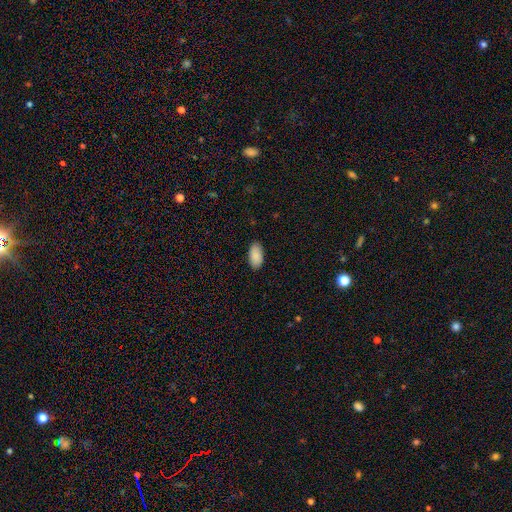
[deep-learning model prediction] Q: Smooth or featured?
A: smooth (90%); runner-up: star or artifact (6%)
Q: How rounded?
A: in between (95%); runner-up: cigar-shaped (2%)
Q: Merging?
A: none (88%); runner-up: minor disturbance (10%)